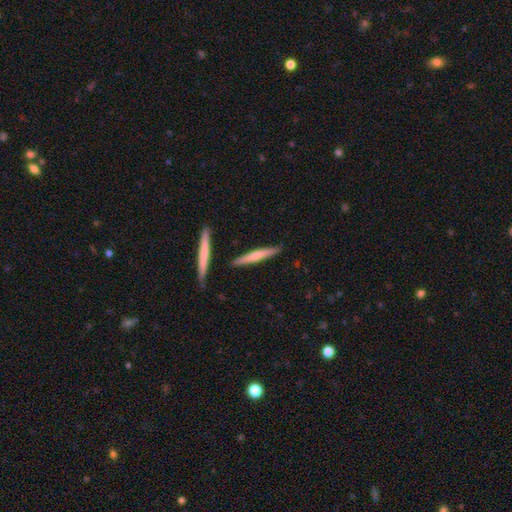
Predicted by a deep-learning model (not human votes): smooth-or-featured: smooth: 53% | featured or disk: 42% | star or artifact: 5%
  how-rounded: cigar-shaped: 95% | in between: 4% | round: 1%
  merging: none: 84% | minor disturbance: 9% | merger: 5% | major disturbance: 2%